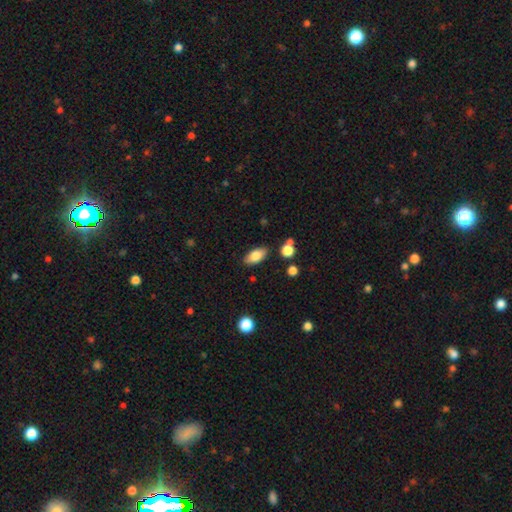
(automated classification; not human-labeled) Smooth or featured?
  - smooth: 81% *
  - featured or disk: 12%
  - star or artifact: 8%
How rounded?
  - in between: 89% *
  - cigar-shaped: 7%
  - round: 4%
Merging?
  - none: 83% *
  - minor disturbance: 11%
  - merger: 3%
  - major disturbance: 3%